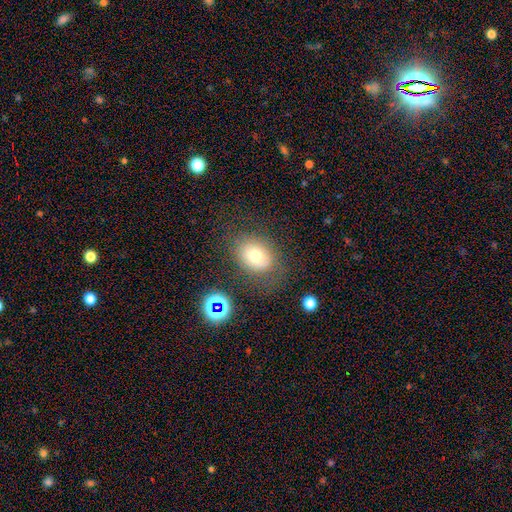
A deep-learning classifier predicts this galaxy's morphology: Smooth or featured? smooth (70%)
How rounded? in between (58%)
Merging? none (72%)